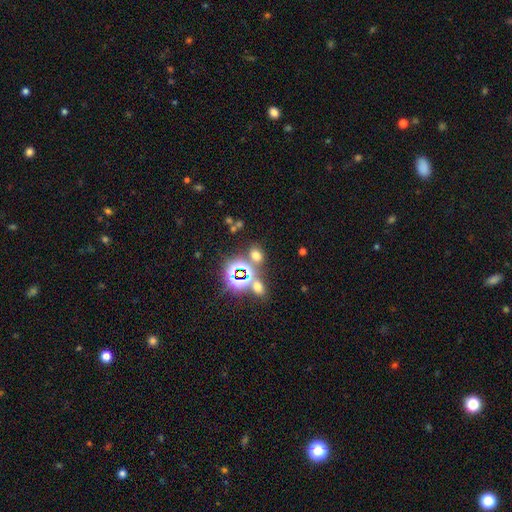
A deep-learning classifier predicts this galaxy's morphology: Smooth or featured? Predicted: smooth (p=0.52). How rounded? Predicted: in between (p=0.54). Merging? Predicted: none (p=0.71).